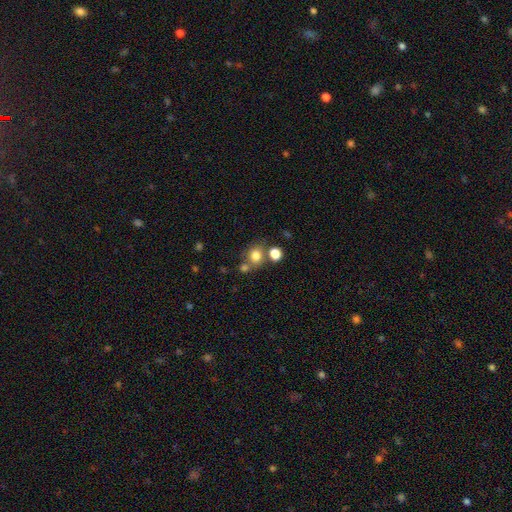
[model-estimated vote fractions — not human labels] A smooth galaxy with no disk features (78%) that is round (77%).

Vote fractions:
- Smooth or featured? smooth: 78% / star or artifact: 13% / featured or disk: 9%
- How rounded? round: 77% / in between: 22% / cigar-shaped: 1%
- Merging? none: 60% / merger: 24% / minor disturbance: 11% / major disturbance: 5%